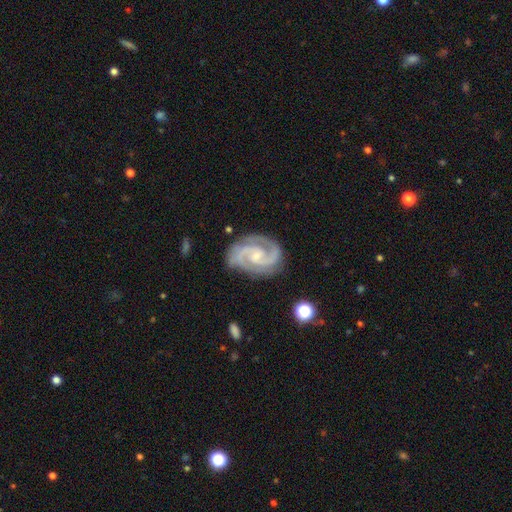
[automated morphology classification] type=featured or disk (93%); edge-on=no (98%); bar=no (49%); spiral arms=yes (99%); winding=medium (51%); arm count=2 (84%); bulge=small (65%); merging=none (79%).